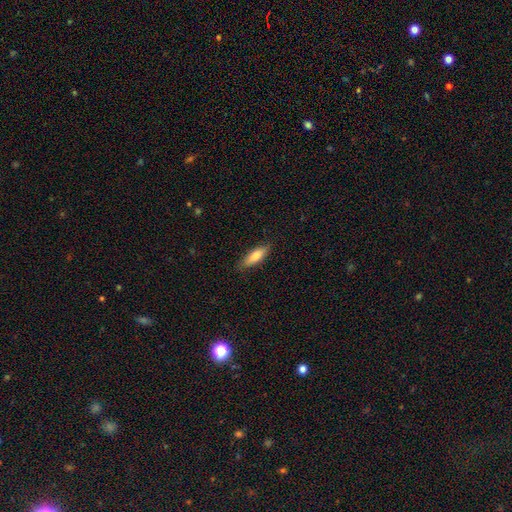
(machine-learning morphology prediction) smooth-or-featured: smooth: 76% | featured or disk: 18% | star or artifact: 6%
  how-rounded: cigar-shaped: 53% | in between: 45% | round: 2%
  merging: none: 84% | minor disturbance: 12% | major disturbance: 3% | merger: 1%